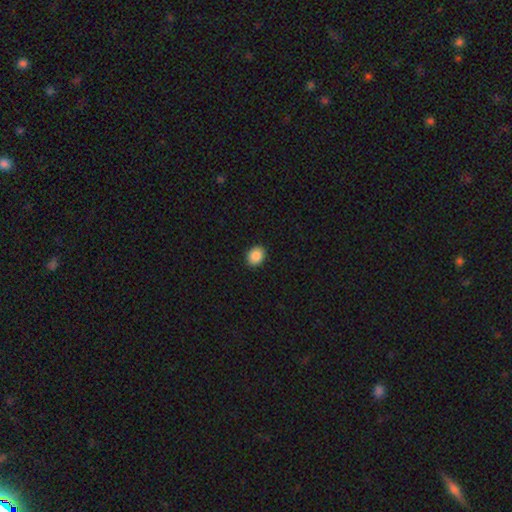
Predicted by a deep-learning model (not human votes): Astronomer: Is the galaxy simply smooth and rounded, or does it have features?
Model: smooth — 88%.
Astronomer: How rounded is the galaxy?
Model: round — 53% (runner-up: in between, 46%).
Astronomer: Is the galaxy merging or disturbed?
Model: none — 91%.